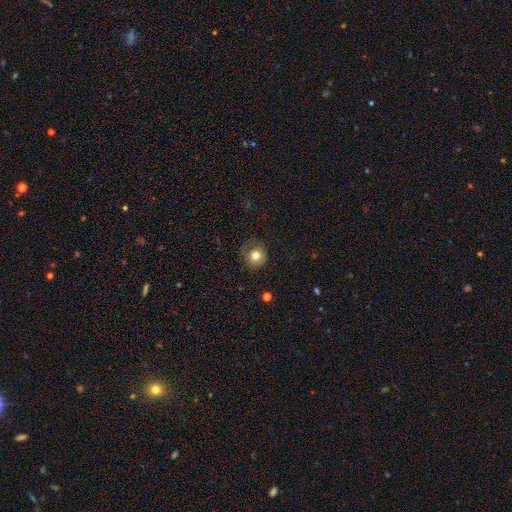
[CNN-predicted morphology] A smooth galaxy with no disk features (79%) that is round (90%). Merging: none (68%).